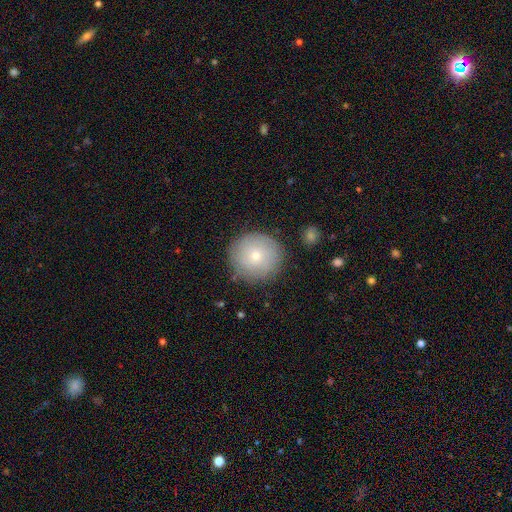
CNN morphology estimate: Overall: smooth (65%; featured or disk 27%). How rounded: round (94%). Merging: none (85%).